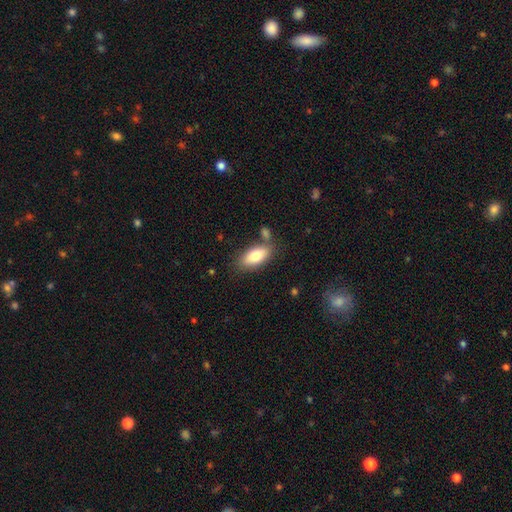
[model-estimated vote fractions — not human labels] A smooth galaxy with no disk features (79%) that is in between round and cigar-shaped (87%).

Vote fractions:
- Smooth or featured? smooth: 79% / featured or disk: 14% / star or artifact: 7%
- How rounded? in between: 87% / cigar-shaped: 10% / round: 3%
- Merging? none: 71% / minor disturbance: 14% / merger: 10% / major disturbance: 4%